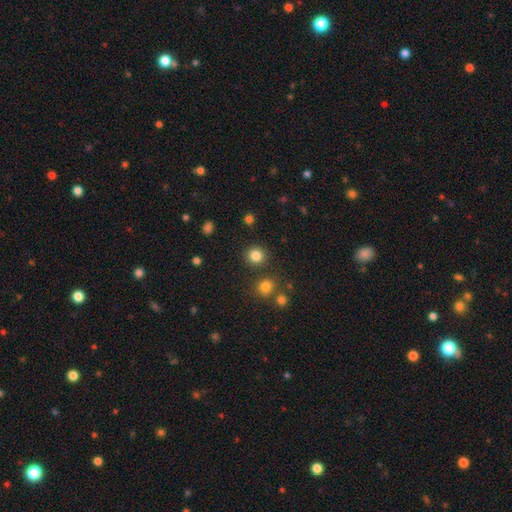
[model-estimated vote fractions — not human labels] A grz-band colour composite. It shows a smooth galaxy with no disk features (83%) that is round (90%). Merging: none (86%).